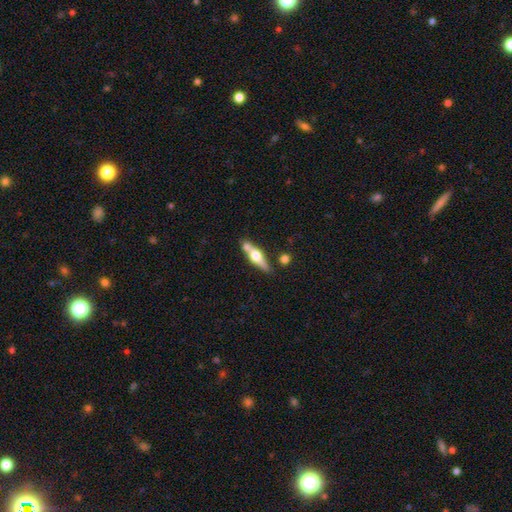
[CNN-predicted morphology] A featured or disk galaxy (60%) viewed edge-on (92%) with a rounded central bulge (94%). Merging: none (68%).